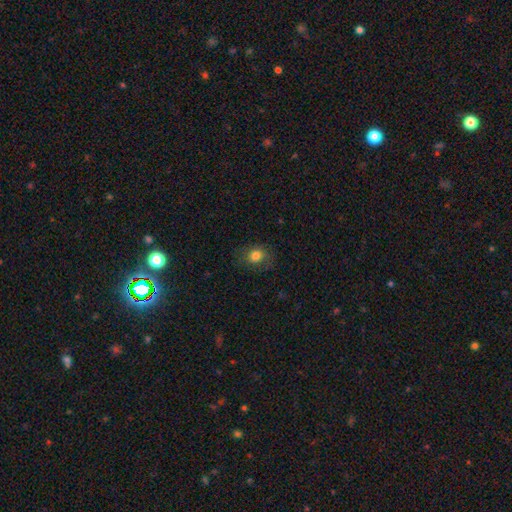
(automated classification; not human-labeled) smooth_or_featured: smooth (p=0.79) [alt: star or artifact p=0.11]
how_rounded: round (p=0.63) [alt: in between p=0.36]
merging: none (p=0.75) [alt: minor disturbance p=0.17]